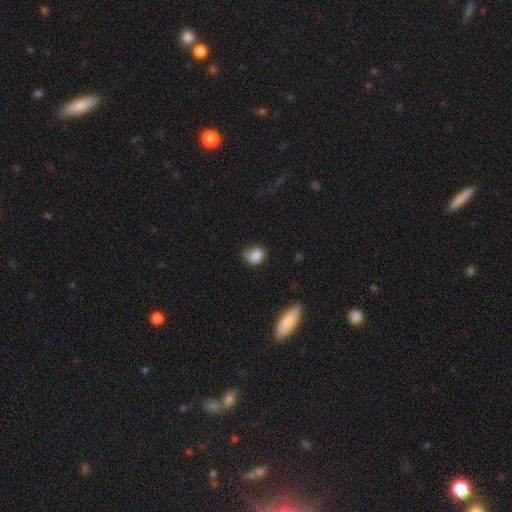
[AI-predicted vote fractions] The model was most divided on "how rounded": in between: 53%, round: 46%, cigar-shaped: 1%. More confident: smooth or featured — smooth (83%); merging — none (52%).